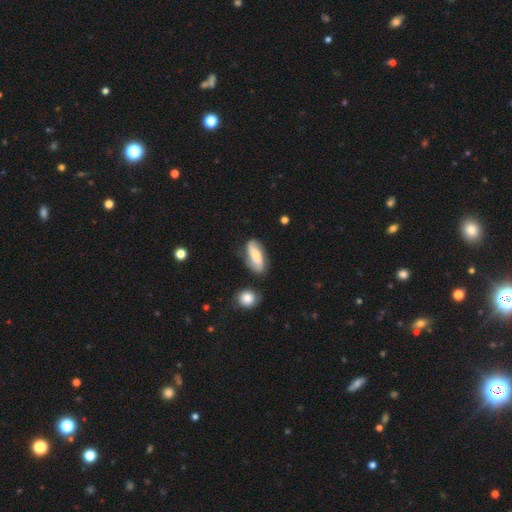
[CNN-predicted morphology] smooth-or-featured: smooth: 49% | featured or disk: 44% | star or artifact: 7%
  merging: none: 68% | minor disturbance: 20% | major disturbance: 6% | merger: 6%